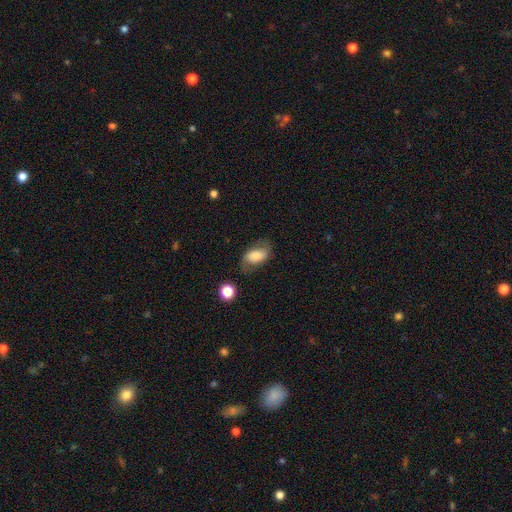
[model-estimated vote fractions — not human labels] A smooth galaxy with no disk features (56%) that is in between round and cigar-shaped (88%). Merging: none (63%).